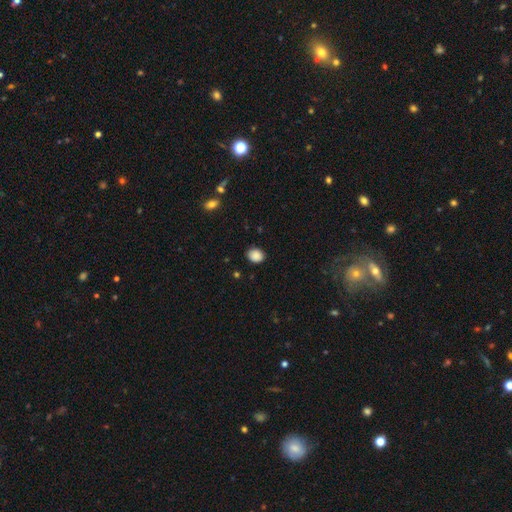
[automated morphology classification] type=smooth (88%); roundness=round (56%); merging=none (86%).